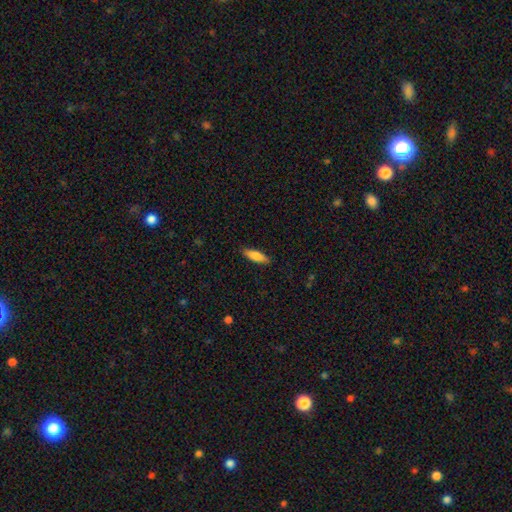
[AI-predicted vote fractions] smooth_or_featured: smooth (p=0.79) [alt: featured or disk p=0.15]
how_rounded: cigar-shaped (p=0.56) [alt: in between p=0.43]
merging: none (p=0.88) [alt: minor disturbance p=0.09]